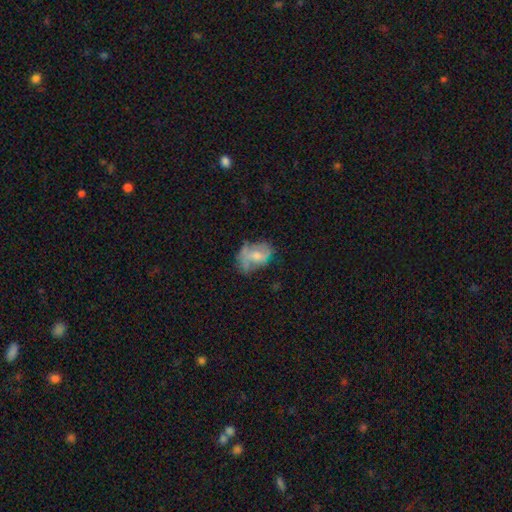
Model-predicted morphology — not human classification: type=featured or disk (47%); merging=none (40%).